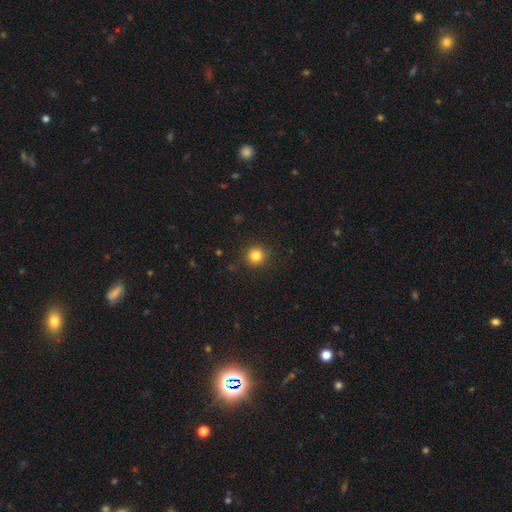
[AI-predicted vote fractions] A smooth galaxy with no disk features (83%) that is round (93%).

Vote fractions:
- Smooth or featured? smooth: 83% / star or artifact: 12% / featured or disk: 5%
- How rounded? round: 93% / in between: 6% / cigar-shaped: 1%
- Merging? none: 91% / minor disturbance: 6% / major disturbance: 2% / merger: 1%